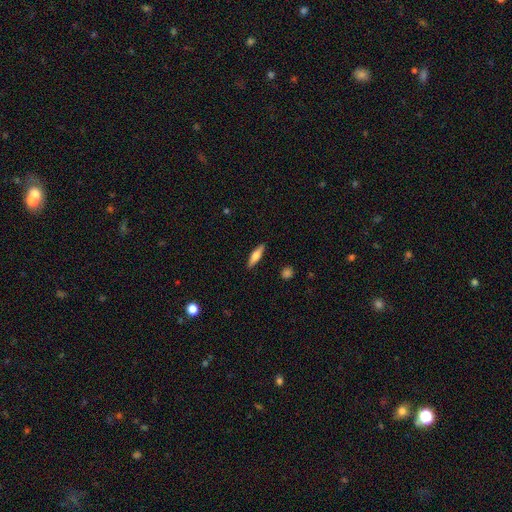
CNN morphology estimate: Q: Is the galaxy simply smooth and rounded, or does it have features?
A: smooth — 61%.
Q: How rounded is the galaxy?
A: cigar-shaped — 64%.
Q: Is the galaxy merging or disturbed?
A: none — 89%.